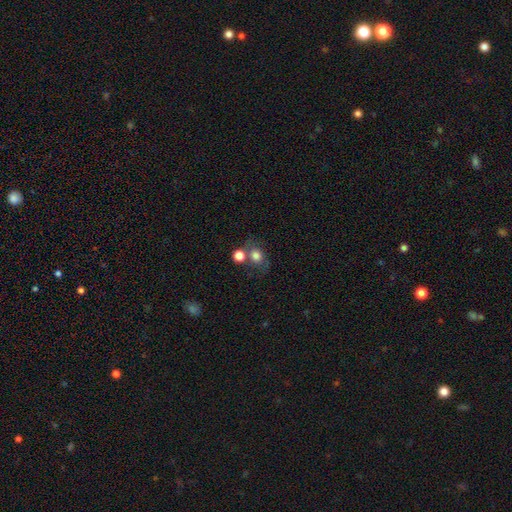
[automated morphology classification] Smooth or featured? Predicted: smooth (p=0.74). How rounded? Predicted: round (p=0.68). Merging? Predicted: none (p=0.49).